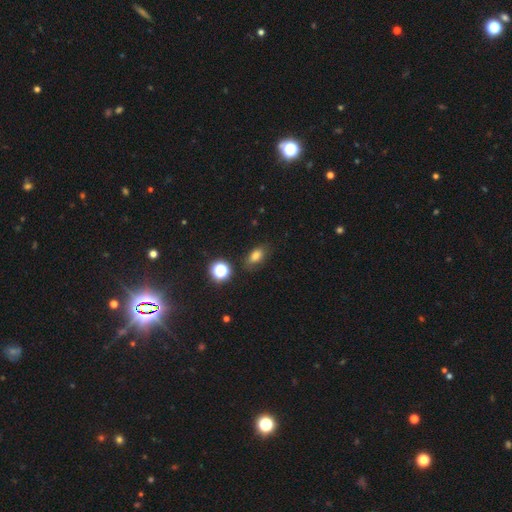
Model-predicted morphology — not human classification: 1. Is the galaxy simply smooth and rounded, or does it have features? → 77% smooth, 14% star or artifact, 8% featured or disk.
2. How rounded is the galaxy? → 82% in between, 15% round, 3% cigar-shaped.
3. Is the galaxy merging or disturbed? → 79% none, 14% minor disturbance, 4% major disturbance, 3% merger.